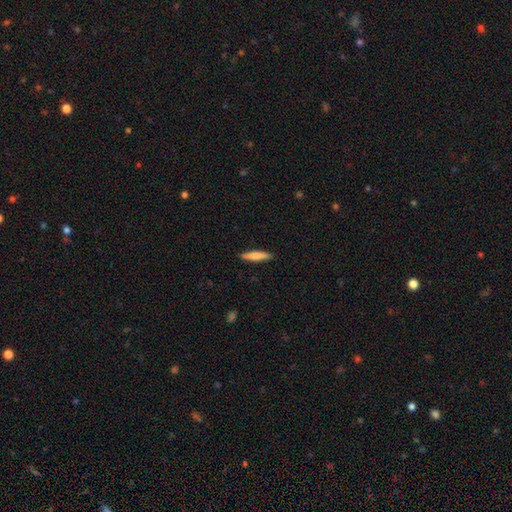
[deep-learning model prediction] A smooth galaxy with no disk features (69%) that is cigar-shaped (85%).

Vote fractions:
- Smooth or featured? smooth: 69% / featured or disk: 25% / star or artifact: 6%
- How rounded? cigar-shaped: 85% / in between: 13% / round: 2%
- Merging? none: 89% / minor disturbance: 8% / major disturbance: 2% / merger: 1%